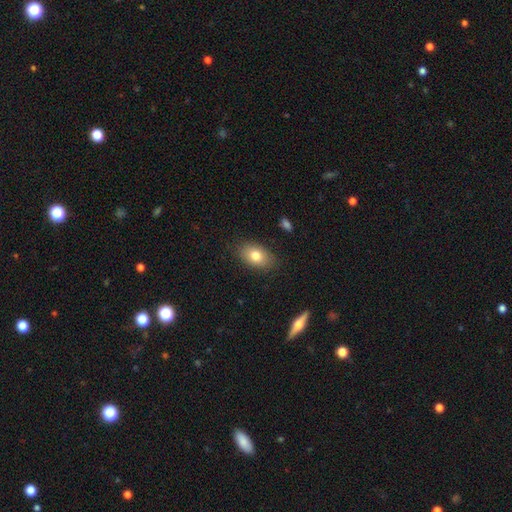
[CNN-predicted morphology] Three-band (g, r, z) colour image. It shows a smooth galaxy with no disk features (79%) that is in between round and cigar-shaped (87%). Merging: none (84%).